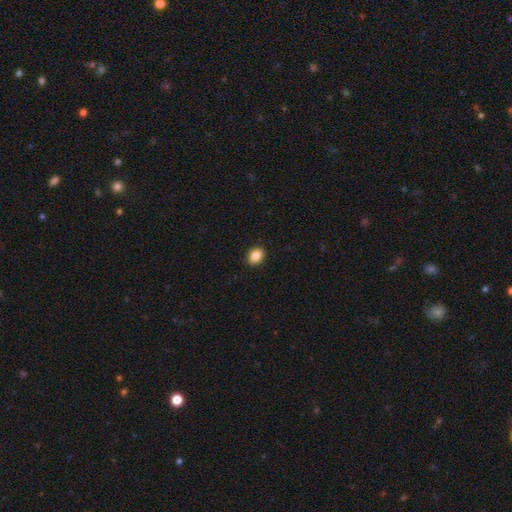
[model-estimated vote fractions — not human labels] Morphology: type=smooth (87%); roundness=in between (67%); merging=none (90%).